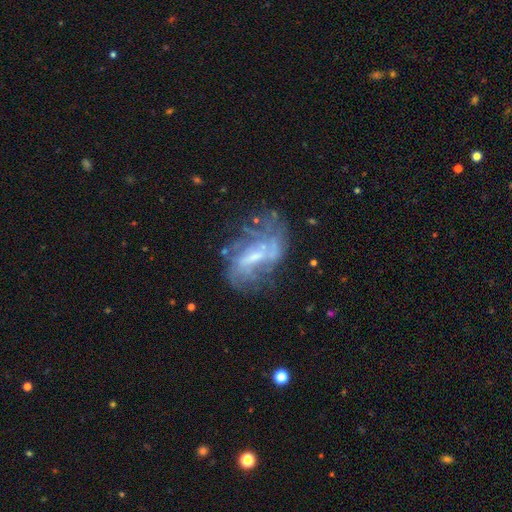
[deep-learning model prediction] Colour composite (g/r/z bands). It shows a featured or disk galaxy (75%) with a weak bar (47%), spiral arms (65%) and a small central bulge (42%). Merging: none (46%).